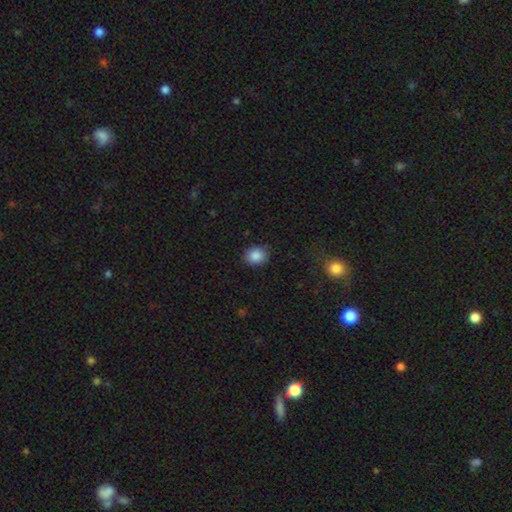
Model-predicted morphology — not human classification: Smooth or featured? Predicted: smooth (p=0.87). How rounded? Predicted: round (p=0.61). Merging? Predicted: none (p=0.85).